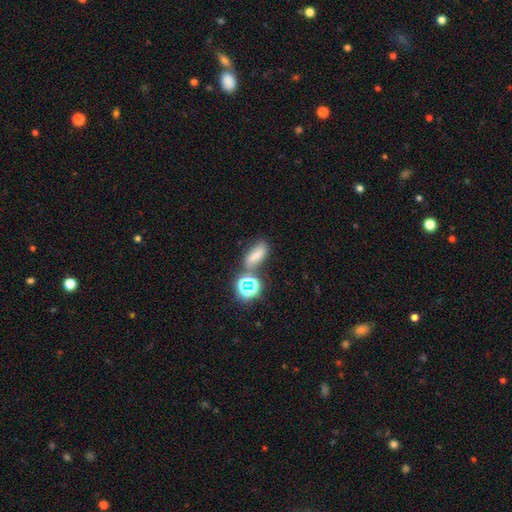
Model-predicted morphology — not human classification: A smooth galaxy with no disk features (59%) that is in between round and cigar-shaped (70%). Merging: none (62%).